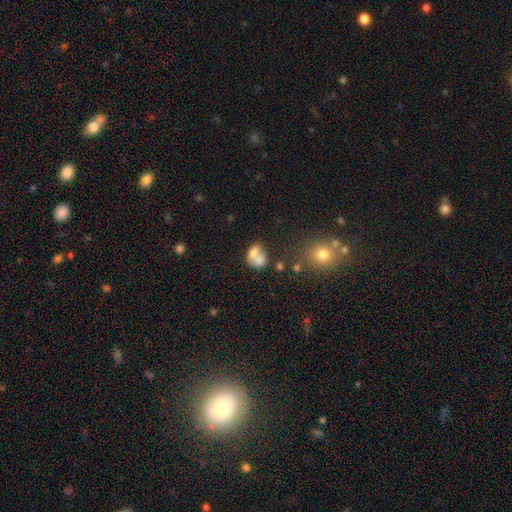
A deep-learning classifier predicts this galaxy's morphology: A smooth galaxy with no disk features (68%) that is in between round and cigar-shaped (57%). Merging: merger (57%).